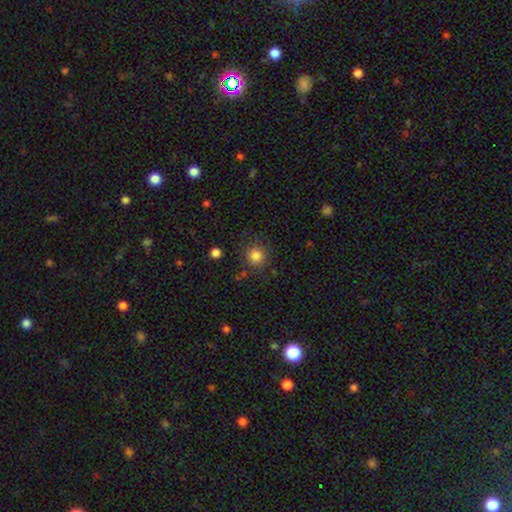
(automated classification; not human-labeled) Smooth or featured?
  - smooth: 82% *
  - star or artifact: 12%
  - featured or disk: 6%
How rounded?
  - round: 92% *
  - in between: 7%
  - cigar-shaped: 1%
Merging?
  - none: 83% *
  - minor disturbance: 10%
  - major disturbance: 4%
  - merger: 3%